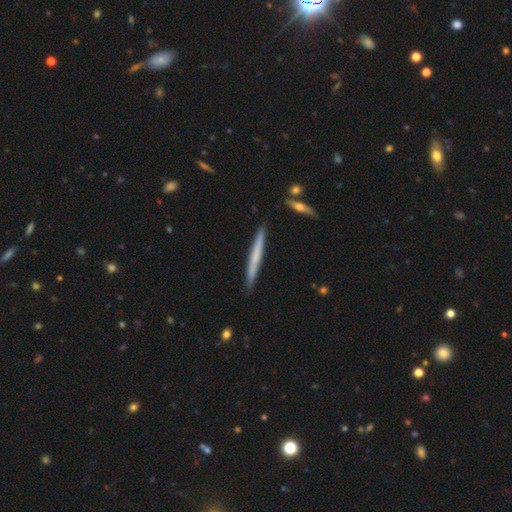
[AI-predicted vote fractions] Overall: smooth (52%; featured or disk 43%). How rounded: cigar-shaped (97%). Merging: none (88%).